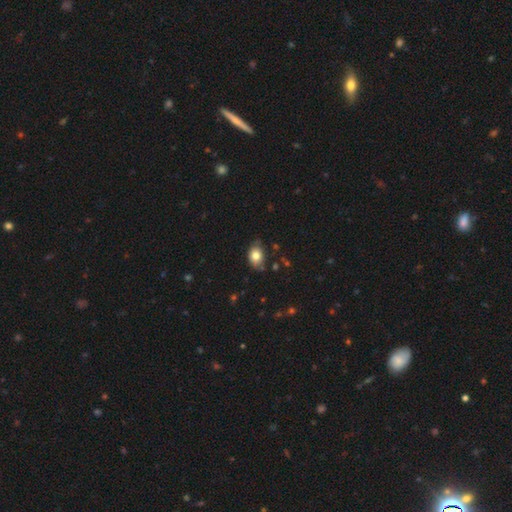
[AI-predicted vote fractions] Morphology: type=smooth (80%); roundness=in between (78%); merging=none (68%).